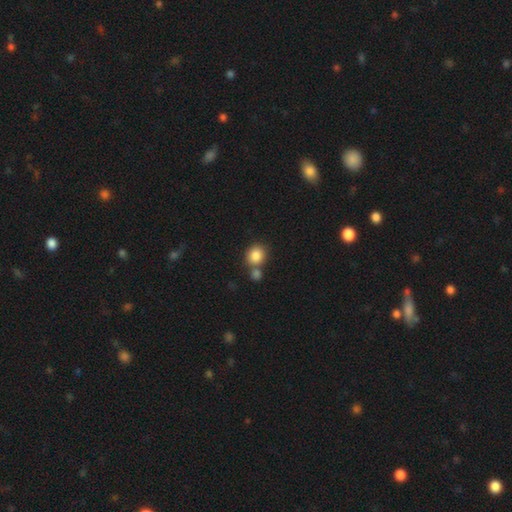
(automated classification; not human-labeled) A smooth galaxy with no disk features (86%) that is round (76%). Merging: none (54%).